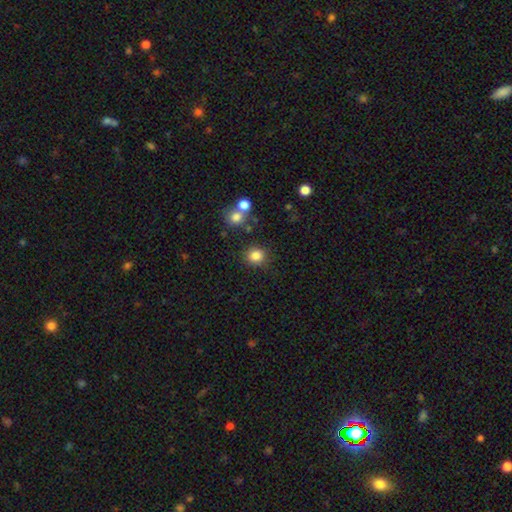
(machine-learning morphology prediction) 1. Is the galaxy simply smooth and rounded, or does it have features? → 83% smooth, 12% star or artifact, 5% featured or disk.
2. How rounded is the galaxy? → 86% round, 13% in between, 1% cigar-shaped.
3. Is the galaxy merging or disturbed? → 83% none, 9% minor disturbance, 5% merger, 3% major disturbance.